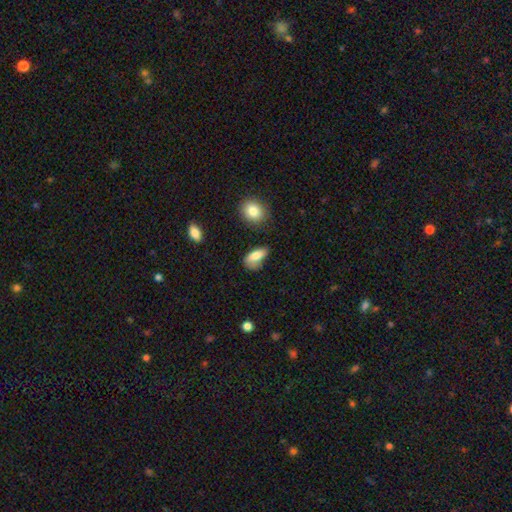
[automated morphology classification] Q: Smooth or featured?
A: smooth (80%); runner-up: featured or disk (12%)
Q: How rounded?
A: in between (85%); runner-up: cigar-shaped (10%)
Q: Merging?
A: none (45%); runner-up: minor disturbance (35%)